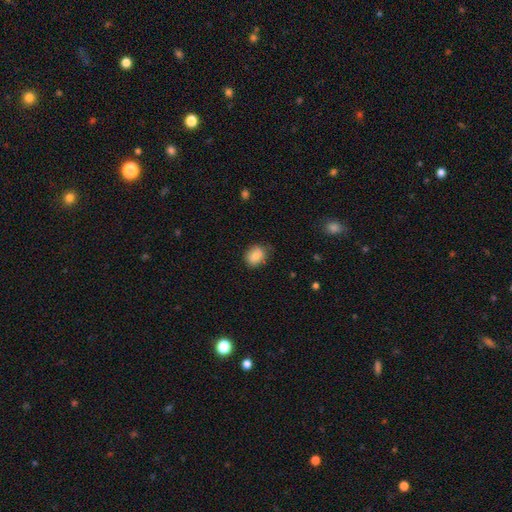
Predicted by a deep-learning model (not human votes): Smooth or featured? smooth (85%)
How rounded? round (50%)
Merging? none (74%)